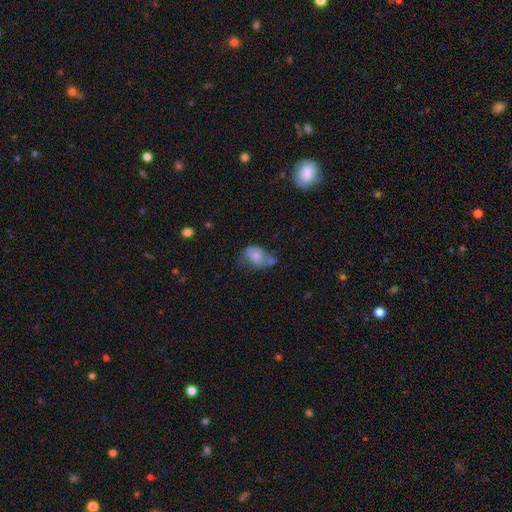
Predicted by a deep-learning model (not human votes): smooth_or_featured: smooth (p=0.64) [alt: featured or disk p=0.28]
how_rounded: in between (p=0.73) [alt: round p=0.25]
merging: minor disturbance (p=0.29) [alt: none p=0.28]